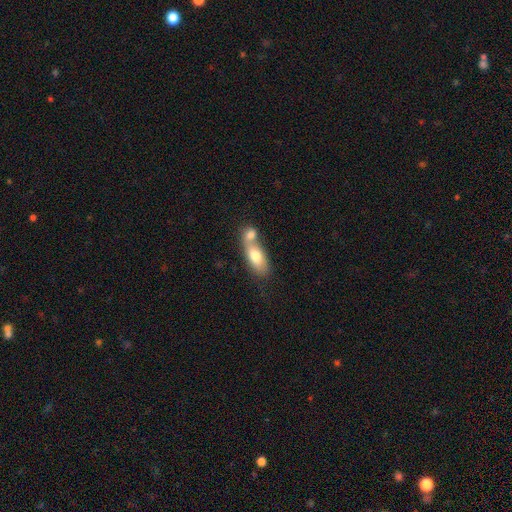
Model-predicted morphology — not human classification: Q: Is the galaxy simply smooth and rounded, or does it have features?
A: smooth — 73%.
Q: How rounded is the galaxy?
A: in between — 81%.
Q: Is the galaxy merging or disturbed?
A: merger — 67%.